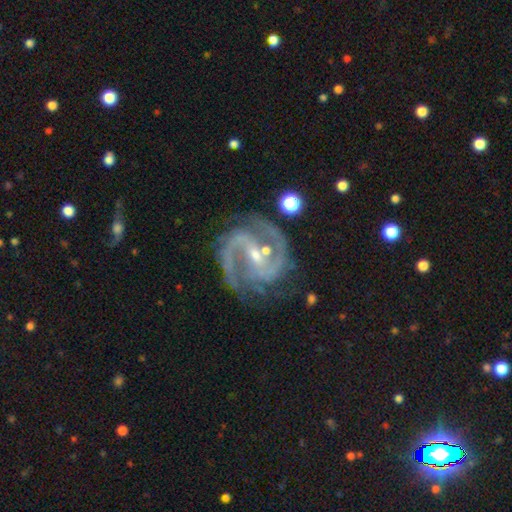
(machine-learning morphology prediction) This appears to be a featured or disk galaxy (92%) with a strong bar (44%), 2 (82%) medium (57%) spiral arms (98%) and a small central bulge (65%). Merging: none (71%).